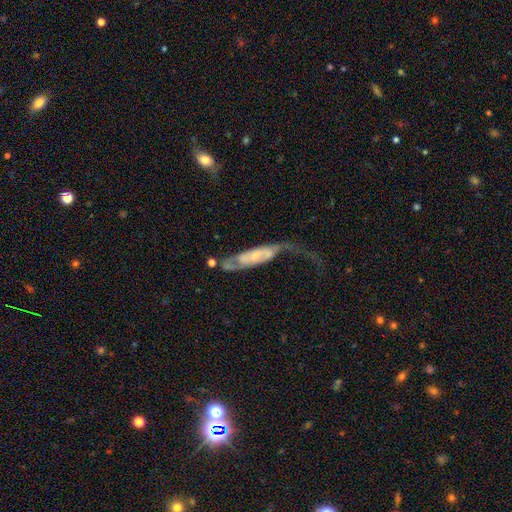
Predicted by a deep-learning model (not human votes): Smooth or featured? featured or disk (69%)
Edge-on disk? no (77%)
Bar? no (58%)
Spiral arms? yes (78%)
Bulge size? small (44%)
Merging? major disturbance (50%)